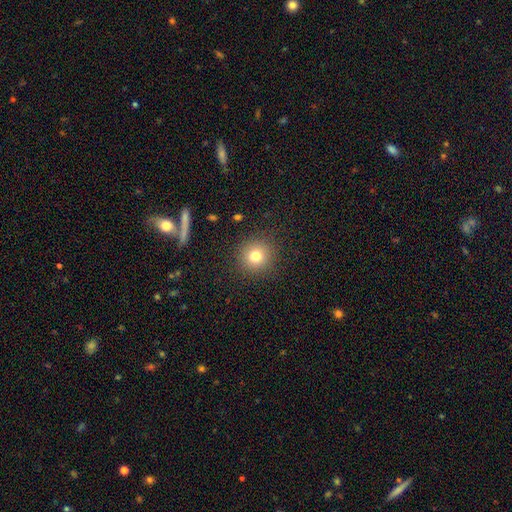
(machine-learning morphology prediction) smooth_or_featured: smooth (p=0.78) [alt: star or artifact p=0.13]
how_rounded: round (p=0.92) [alt: in between p=0.07]
merging: none (p=0.89) [alt: minor disturbance p=0.07]